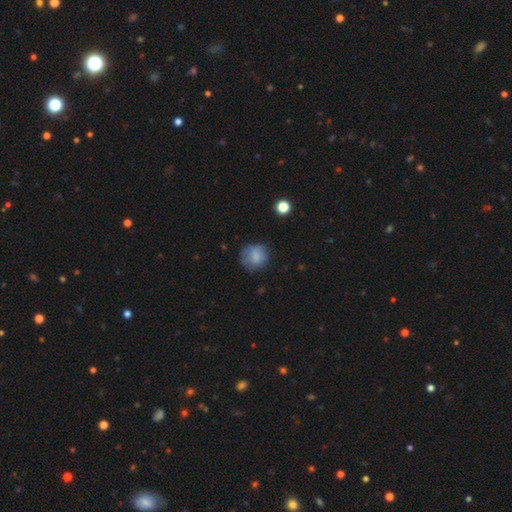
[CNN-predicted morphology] A smooth galaxy with no disk features (75%) that is round (81%). Merging: none (67%).